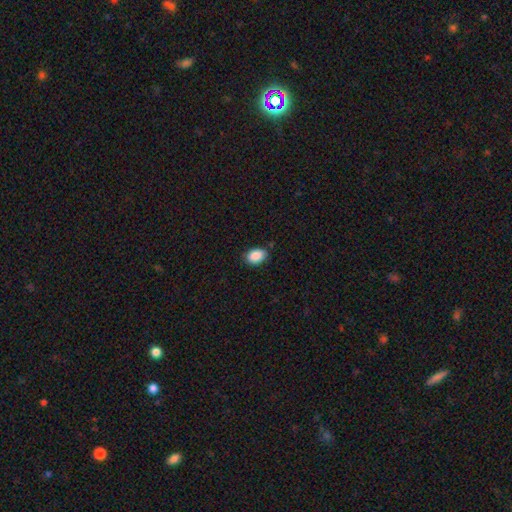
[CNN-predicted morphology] Smooth or featured? smooth (88%)
How rounded? in between (83%)
Merging? none (82%)